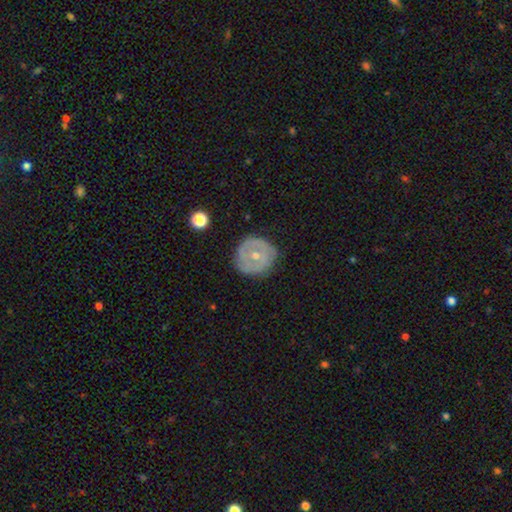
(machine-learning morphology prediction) Smooth or featured? Predicted: featured or disk (p=0.57). Edge-on disk? Predicted: no (p=0.96). Bar? Predicted: no (p=0.71). Spiral arms? Predicted: no (p=0.54). Bulge size? Predicted: small (p=0.54). Merging? Predicted: none (p=0.79).